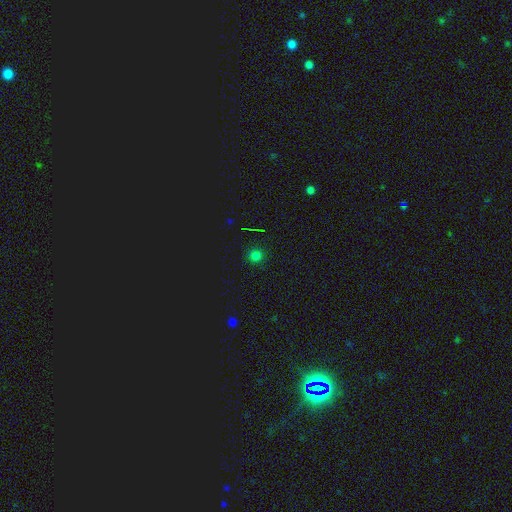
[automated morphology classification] Smooth or featured: smooth — 73% (star or artifact — 22%)
How rounded: round — 94% (in between — 5%)
Merging: none — 90% (minor disturbance — 6%)